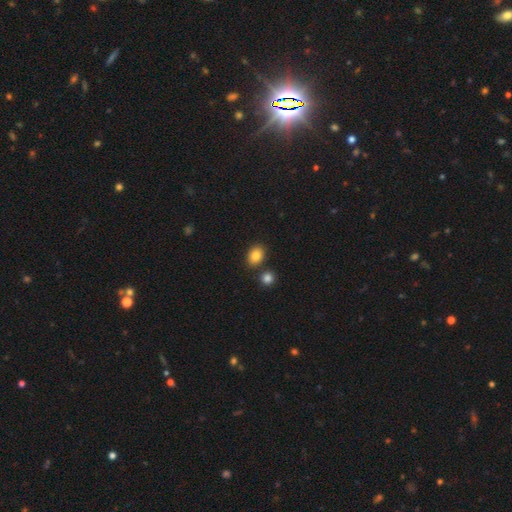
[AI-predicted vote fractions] Morphology: type=smooth (84%); roundness=in between (59%); merging=none (77%).